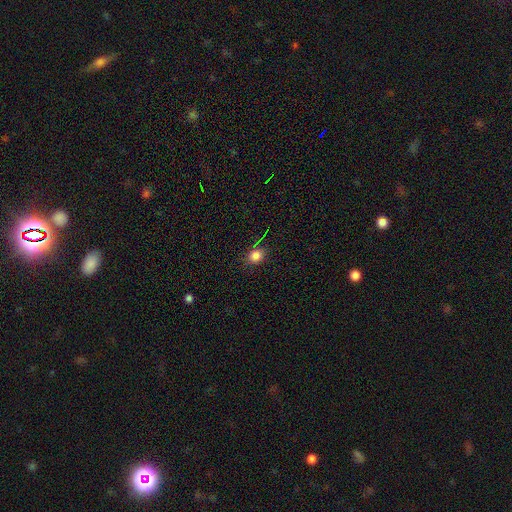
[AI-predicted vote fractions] Smooth or featured? smooth (80%)
How rounded? round (65%)
Merging? none (79%)